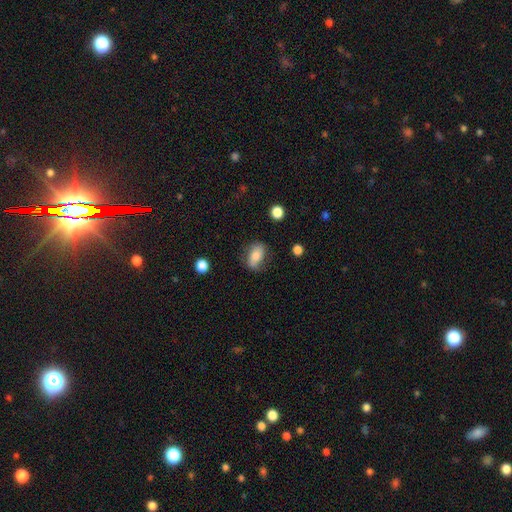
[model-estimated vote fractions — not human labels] Smooth or featured: smooth — 71% (featured or disk — 21%)
How rounded: in between — 84% (round — 13%)
Merging: none — 67% (minor disturbance — 23%)